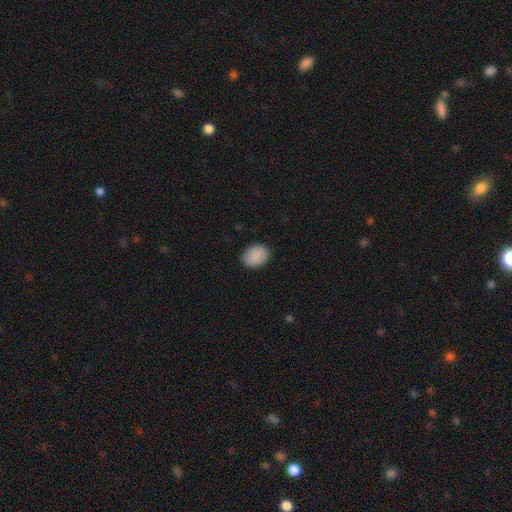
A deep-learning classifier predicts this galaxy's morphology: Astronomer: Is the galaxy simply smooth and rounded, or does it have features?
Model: smooth — 90%.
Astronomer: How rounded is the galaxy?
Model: in between — 63%.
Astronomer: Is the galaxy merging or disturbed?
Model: none — 87%.